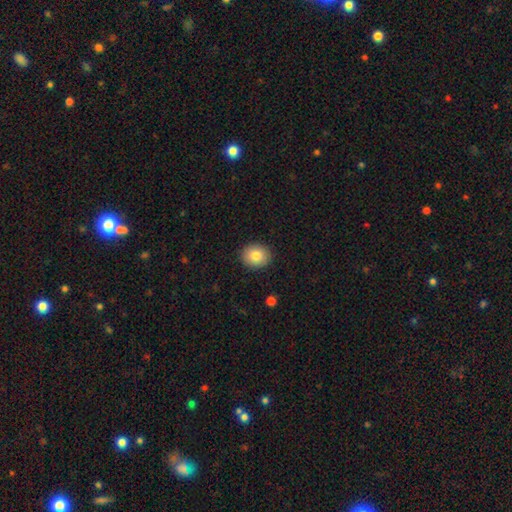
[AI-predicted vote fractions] This is clearly a smooth galaxy (83%). How rounded: likely round (76%). Merging: clearly none (91%).